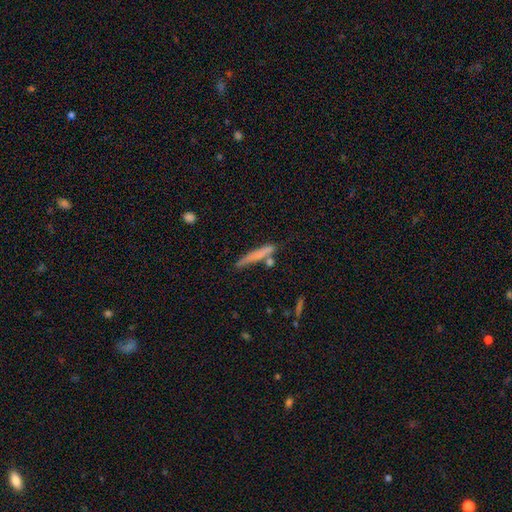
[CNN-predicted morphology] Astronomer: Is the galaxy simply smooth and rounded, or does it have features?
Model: smooth — 66%.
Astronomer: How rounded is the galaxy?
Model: cigar-shaped — 93%.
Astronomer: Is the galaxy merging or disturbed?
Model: none — 67%.